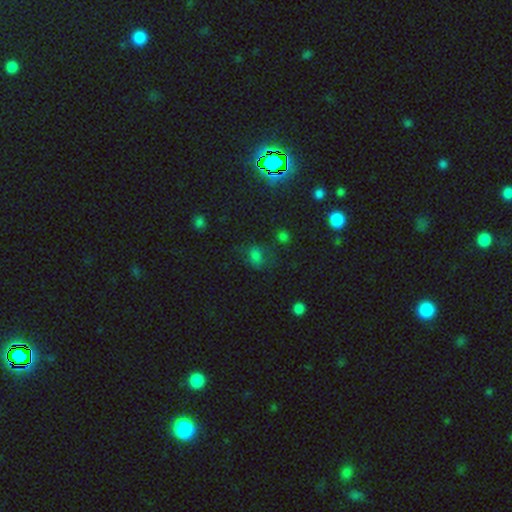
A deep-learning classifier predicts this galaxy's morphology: The model was most divided on "how rounded": in between: 57%, round: 41%, cigar-shaped: 2%. More confident: smooth or featured — smooth (61%); merging — none (55%).